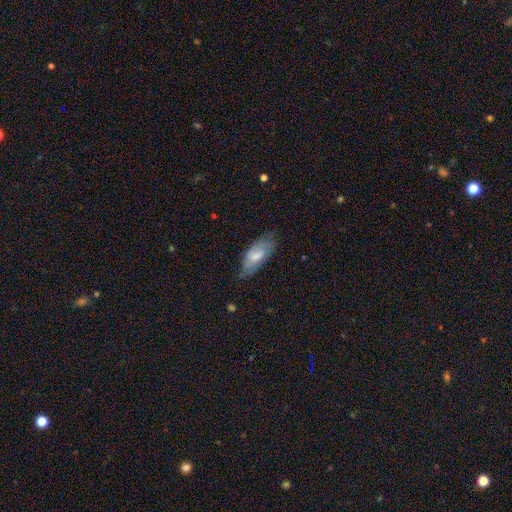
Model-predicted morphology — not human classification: smooth-or-featured: smooth: 61% | featured or disk: 32% | star or artifact: 7%
  how-rounded: in between: 81% | cigar-shaped: 16% | round: 2%
  merging: none: 63% | minor disturbance: 27% | major disturbance: 8% | merger: 1%